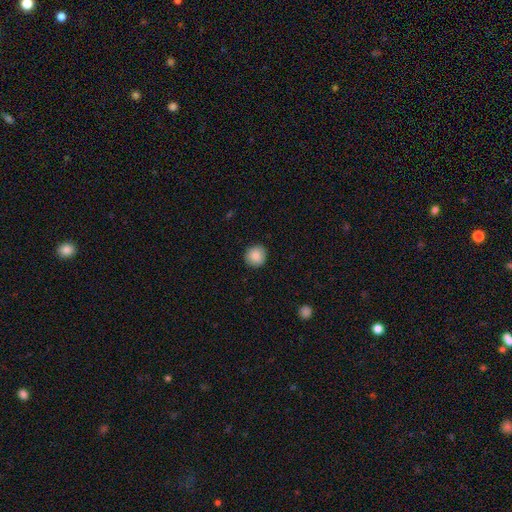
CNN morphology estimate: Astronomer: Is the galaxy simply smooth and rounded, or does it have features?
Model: smooth — 87%.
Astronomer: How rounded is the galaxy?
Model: round — 92%.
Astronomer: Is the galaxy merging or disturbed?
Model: none — 91%.